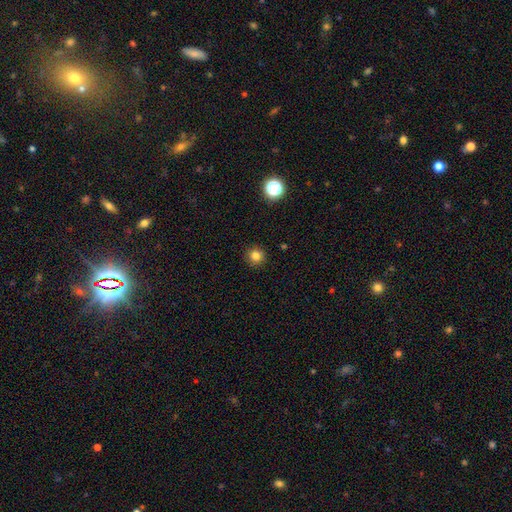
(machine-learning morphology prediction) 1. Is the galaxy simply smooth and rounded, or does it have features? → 82% smooth, 13% star or artifact, 5% featured or disk.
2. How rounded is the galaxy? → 94% round, 5% in between, 1% cigar-shaped.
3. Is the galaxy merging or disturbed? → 91% none, 6% minor disturbance, 2% major disturbance, 1% merger.